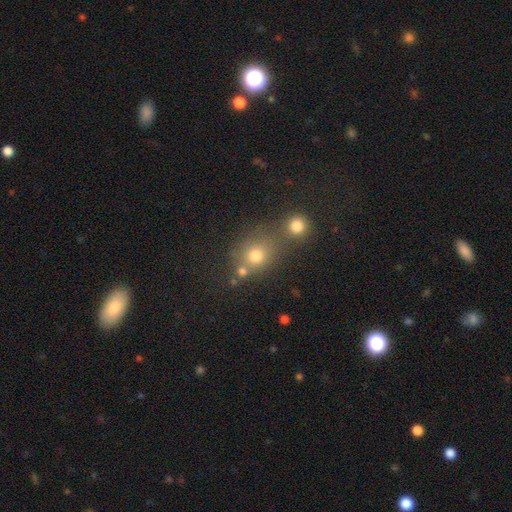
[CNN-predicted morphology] Smooth or featured?
  - smooth: 71% *
  - star or artifact: 18%
  - featured or disk: 11%
How rounded?
  - round: 73% *
  - in between: 26%
  - cigar-shaped: 1%
Merging?
  - none: 49% *
  - merger: 36%
  - minor disturbance: 10%
  - major disturbance: 5%